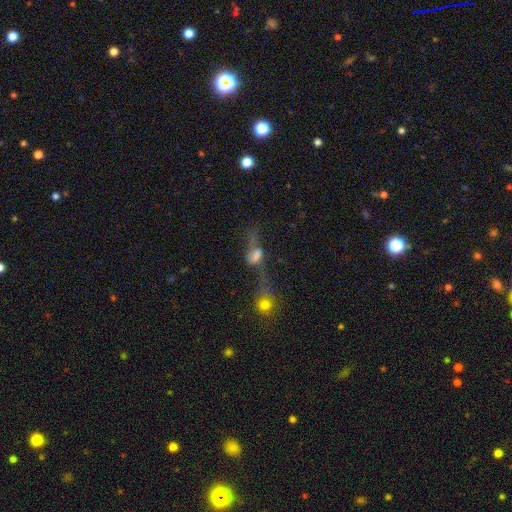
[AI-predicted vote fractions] Overall: featured or disk (43%; smooth 41%). Merging: merger (35%; major disturbance 31%).